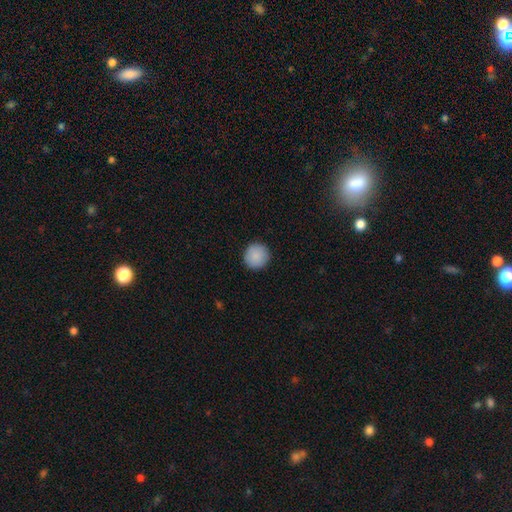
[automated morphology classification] Smooth or featured: smooth — 89% (star or artifact — 7%)
How rounded: round — 95% (in between — 4%)
Merging: none — 91% (minor disturbance — 6%)